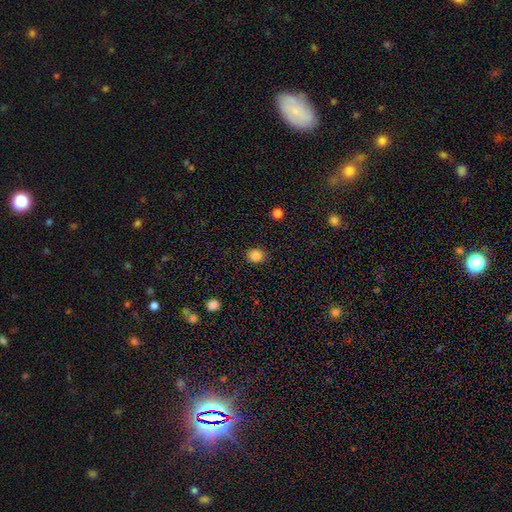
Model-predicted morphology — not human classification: A smooth galaxy with no disk features (85%) that is round (75%).

Vote fractions:
- Smooth or featured? smooth: 85% / star or artifact: 11% / featured or disk: 4%
- How rounded? round: 75% / in between: 24% / cigar-shaped: 1%
- Merging? none: 88% / minor disturbance: 9% / major disturbance: 2% / merger: 1%